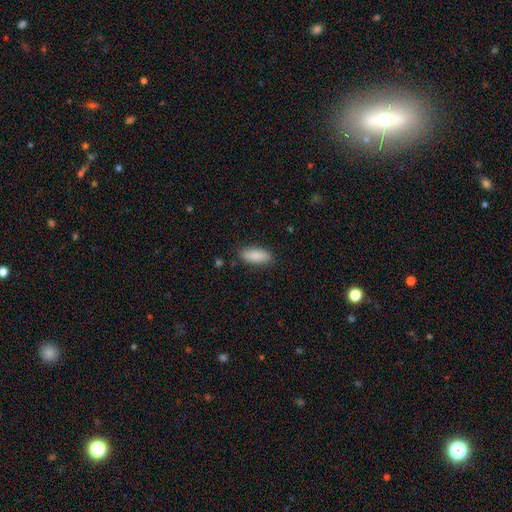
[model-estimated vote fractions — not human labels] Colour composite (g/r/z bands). It shows a smooth galaxy with no disk features (86%) that is in between round and cigar-shaped (74%). Merging: none (86%).